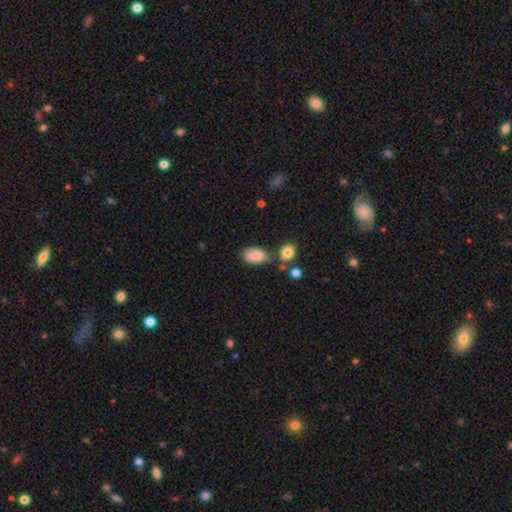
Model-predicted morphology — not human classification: smooth-or-featured: smooth: 83% | featured or disk: 9% | star or artifact: 8%
  how-rounded: in between: 92% | round: 6% | cigar-shaped: 2%
  merging: none: 58% | minor disturbance: 22% | merger: 14% | major disturbance: 6%